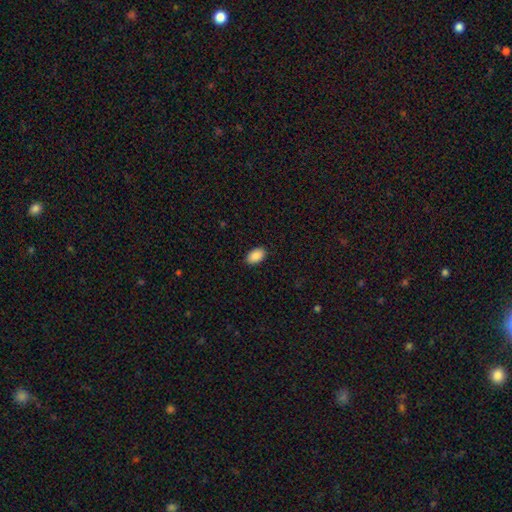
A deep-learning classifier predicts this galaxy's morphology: Smooth or featured?
  - smooth: 90% *
  - star or artifact: 7%
  - featured or disk: 3%
How rounded?
  - in between: 93% *
  - round: 6%
  - cigar-shaped: 1%
Merging?
  - none: 89% *
  - minor disturbance: 8%
  - major disturbance: 2%
  - merger: 1%